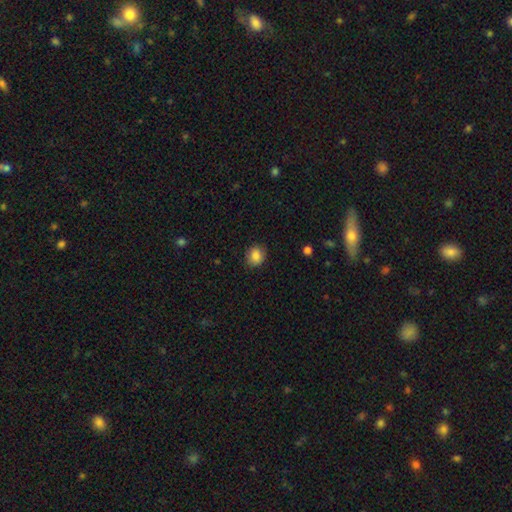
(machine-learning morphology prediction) type=smooth (86%); roundness=round (77%); merging=none (86%).